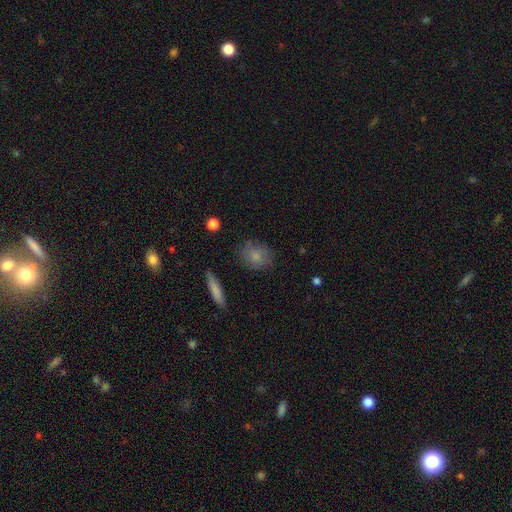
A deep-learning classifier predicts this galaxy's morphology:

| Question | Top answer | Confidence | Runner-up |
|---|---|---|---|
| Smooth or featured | smooth | 80% | featured or disk (12%) |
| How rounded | round | 55% | in between (42%) |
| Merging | none | 78% | minor disturbance (16%) |